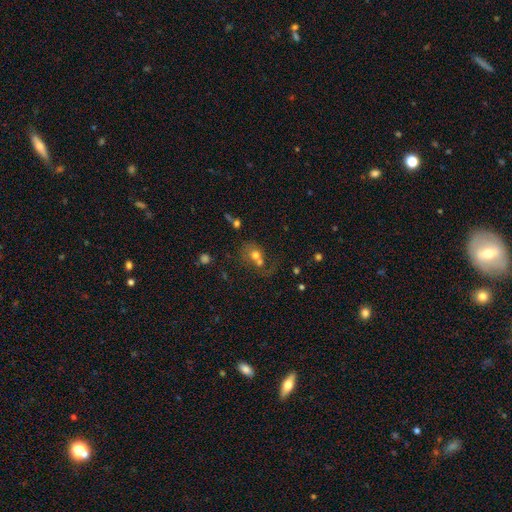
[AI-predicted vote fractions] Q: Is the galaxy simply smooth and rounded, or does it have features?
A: smooth — 61%.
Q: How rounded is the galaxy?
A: round — 63%.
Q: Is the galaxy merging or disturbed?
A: merger — 58%.